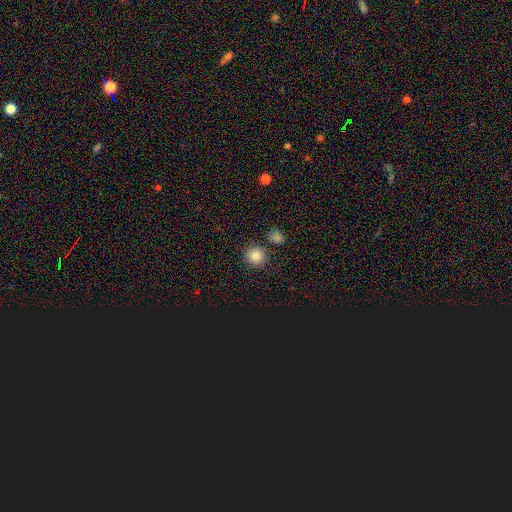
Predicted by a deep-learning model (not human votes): Morphology: type=smooth (83%); roundness=round (91%); merging=none (84%).